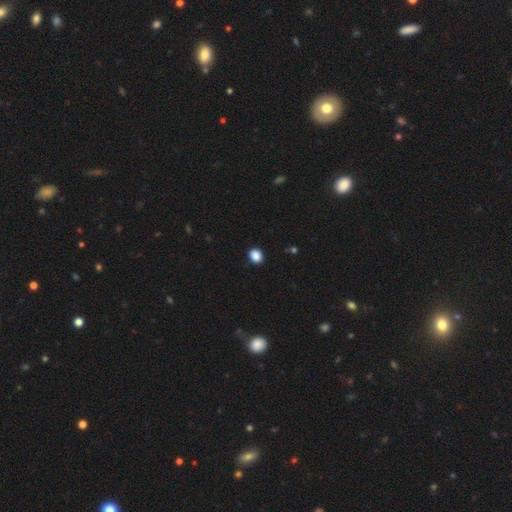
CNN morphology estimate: This is clearly a smooth galaxy (88%). How rounded: likely round (62%). Merging: clearly none (90%).